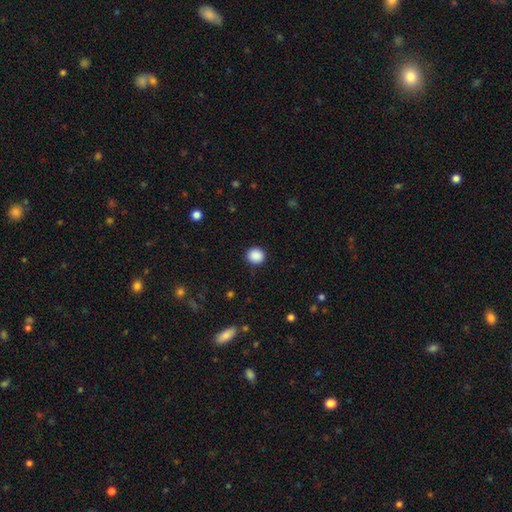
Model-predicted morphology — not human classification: smooth_or_featured: smooth (p=0.89) [alt: star or artifact p=0.09]
how_rounded: round (p=0.90) [alt: in between p=0.09]
merging: none (p=0.91) [alt: minor disturbance p=0.06]